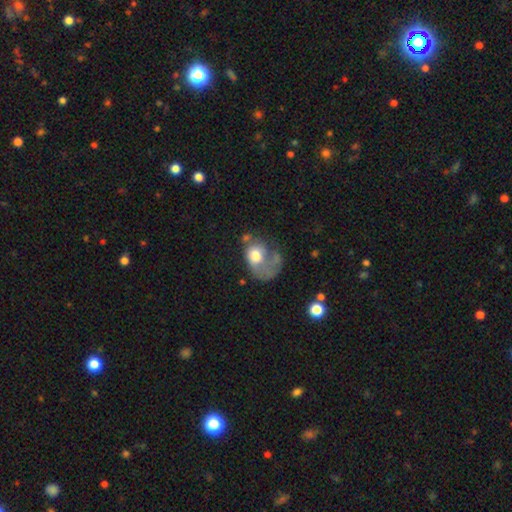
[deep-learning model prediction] This appears to be a smooth galaxy with no disk features (53%) that is in between round and cigar-shaped (63%). Merging: major disturbance (53%).